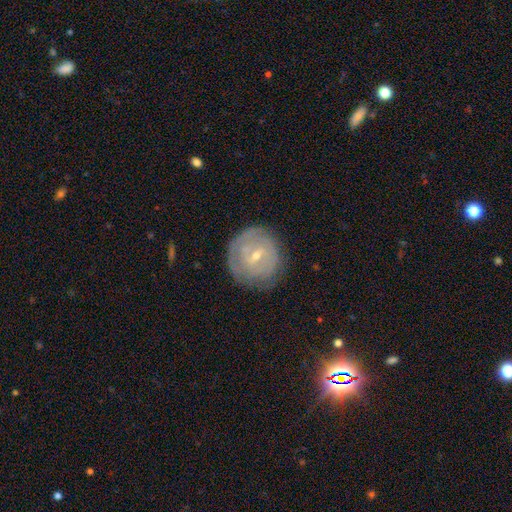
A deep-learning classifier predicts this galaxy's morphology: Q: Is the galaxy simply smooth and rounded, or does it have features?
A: featured or disk — 66%.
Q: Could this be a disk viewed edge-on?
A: no — 96%.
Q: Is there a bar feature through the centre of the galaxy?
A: weak — 53%.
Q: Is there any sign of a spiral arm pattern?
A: yes — 66%.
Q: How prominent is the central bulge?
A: small — 66%.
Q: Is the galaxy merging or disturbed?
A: none — 75%.